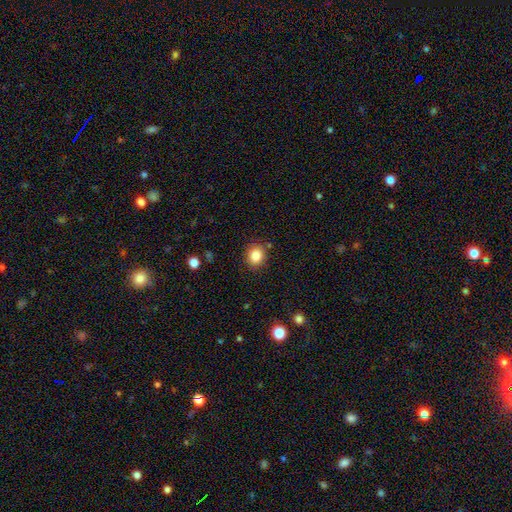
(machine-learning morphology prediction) smooth-or-featured: smooth: 85% | star or artifact: 10% | featured or disk: 5%
  how-rounded: round: 71% | in between: 29% | cigar-shaped: 1%
  merging: none: 85% | minor disturbance: 10% | major disturbance: 3% | merger: 2%